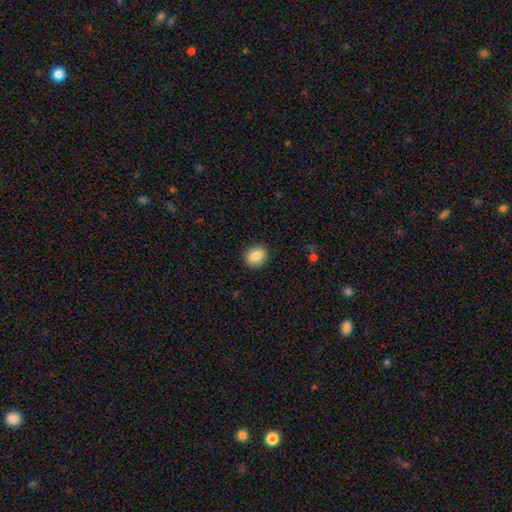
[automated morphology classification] type=smooth (87%); roundness=round (69%); merging=none (90%).